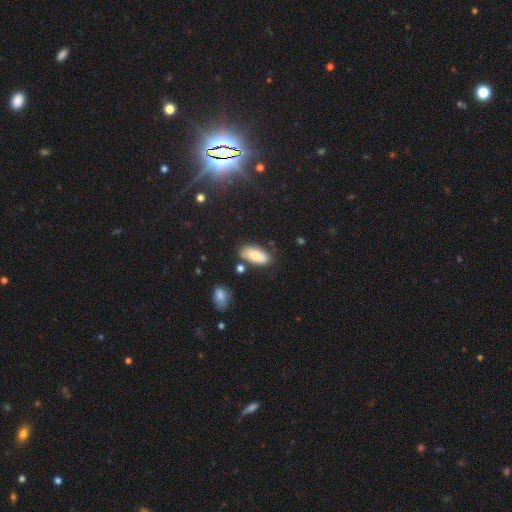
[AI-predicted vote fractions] Smooth or featured: smooth — 82% (featured or disk — 10%)
How rounded: in between — 90% (cigar-shaped — 8%)
Merging: none — 73% (minor disturbance — 17%)